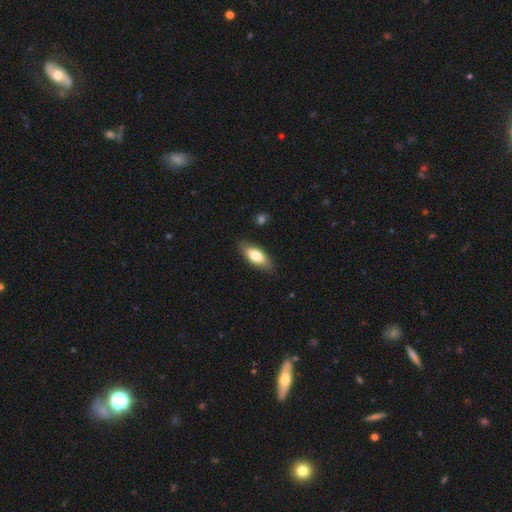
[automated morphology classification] smooth-or-featured: smooth: 72% | featured or disk: 22% | star or artifact: 6%
  how-rounded: in between: 80% | cigar-shaped: 18% | round: 3%
  merging: none: 84% | minor disturbance: 12% | major disturbance: 2% | merger: 1%